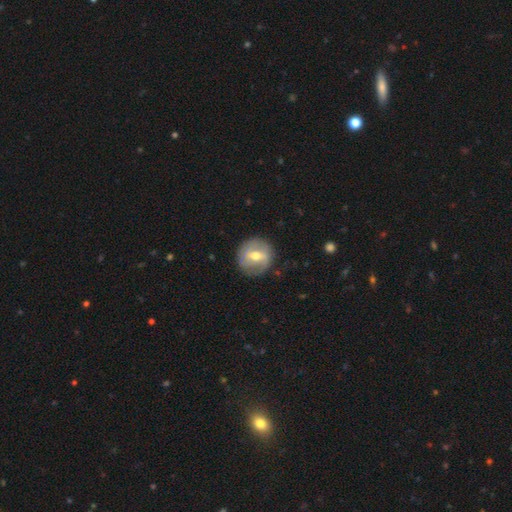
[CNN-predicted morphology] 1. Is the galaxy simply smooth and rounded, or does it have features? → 57% featured or disk, 36% smooth, 7% star or artifact.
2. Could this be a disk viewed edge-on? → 93% no, 7% yes.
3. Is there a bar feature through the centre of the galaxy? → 45% weak, 38% strong, 16% no.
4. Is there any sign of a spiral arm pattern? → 53% no, 47% yes.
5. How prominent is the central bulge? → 72% moderate, 21% small, 5% large, 1% none, 1% dominant.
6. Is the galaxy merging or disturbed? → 83% none, 12% minor disturbance, 4% major disturbance, 1% merger.